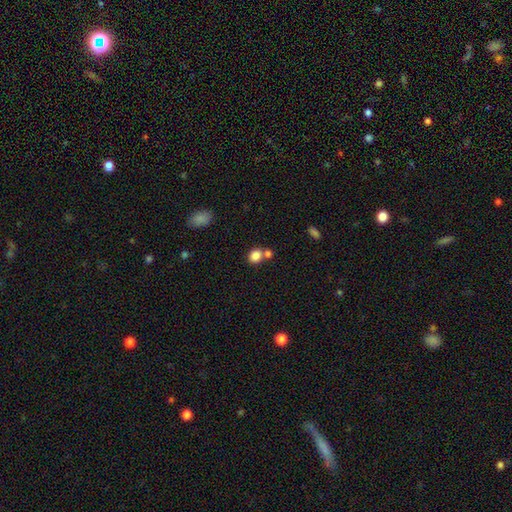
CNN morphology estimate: Smooth or featured? smooth (84%)
How rounded? round (64%)
Merging? none (53%)